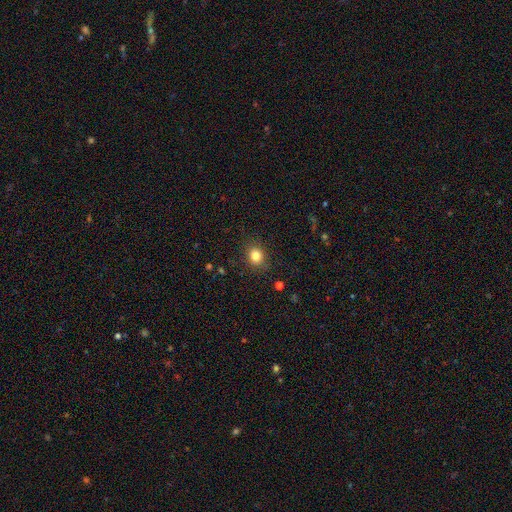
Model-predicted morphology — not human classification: The model was most divided on "how rounded": round: 71%, in between: 28%, cigar-shaped: 1%. More confident: merging — none (87%); smooth or featured — smooth (82%).